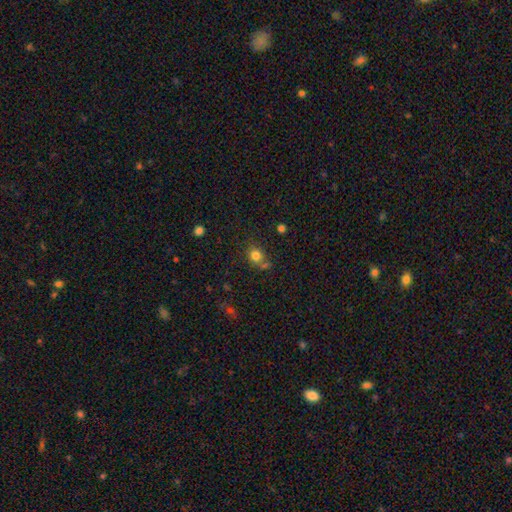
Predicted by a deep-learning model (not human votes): This is likely a smooth galaxy (79%). How rounded: likely round (79%). Merging: likely none (62%).